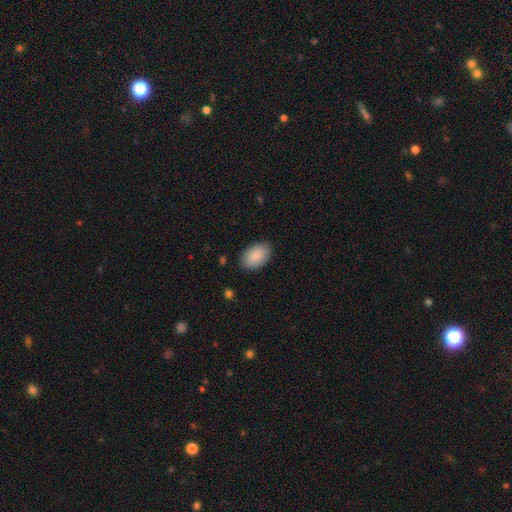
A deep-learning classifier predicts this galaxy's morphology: Smooth or featured? smooth (90%)
How rounded? in between (93%)
Merging? none (86%)